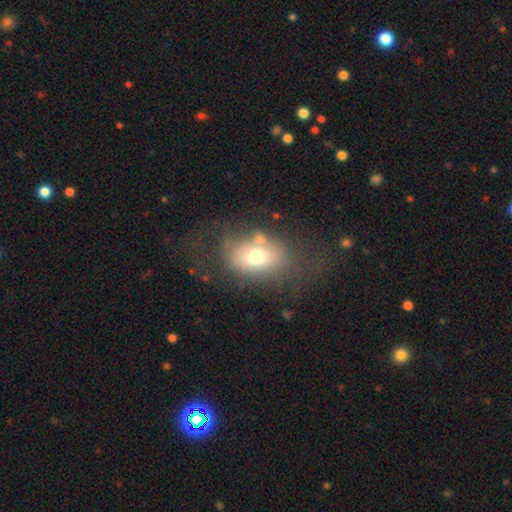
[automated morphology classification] smooth-or-featured: smooth: 65% | featured or disk: 24% | star or artifact: 12%
  how-rounded: in between: 71% | round: 27% | cigar-shaped: 1%
  merging: none: 48% | minor disturbance: 21% | major disturbance: 20% | merger: 11%